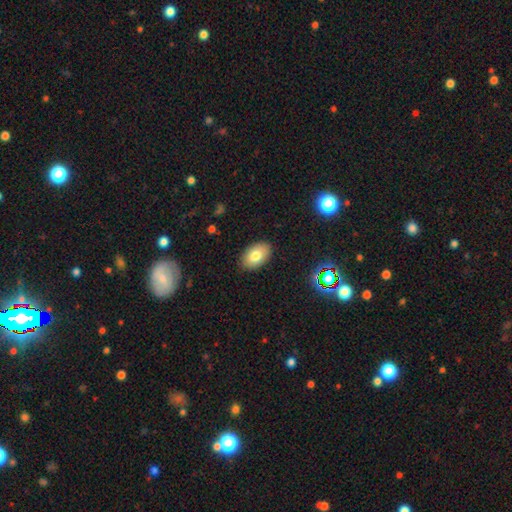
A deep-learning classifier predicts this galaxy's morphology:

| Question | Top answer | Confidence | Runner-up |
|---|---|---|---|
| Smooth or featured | smooth | 78% | featured or disk (13%) |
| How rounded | in between | 92% | round (7%) |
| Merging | none | 88% | minor disturbance (9%) |